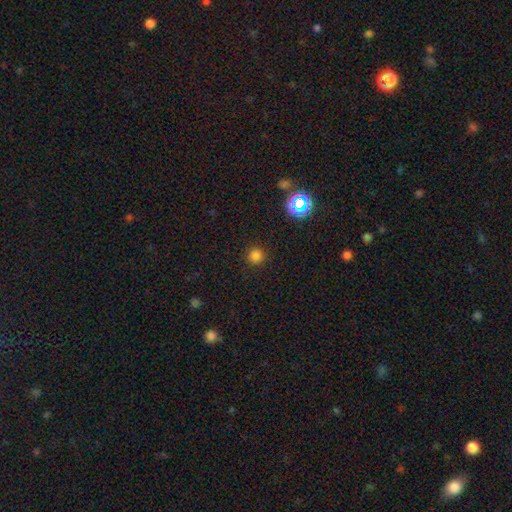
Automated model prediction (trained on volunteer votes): This is likely a smooth galaxy (78%). How rounded: clearly round (95%). Merging: clearly none (91%).